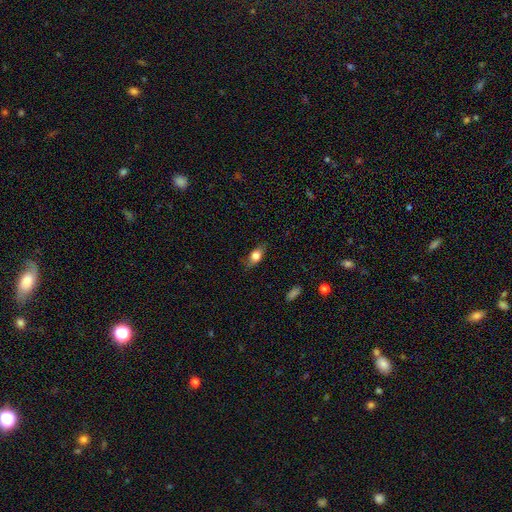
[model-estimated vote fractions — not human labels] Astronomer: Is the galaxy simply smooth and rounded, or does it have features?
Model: smooth — 76%.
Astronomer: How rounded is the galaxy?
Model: in between — 81%.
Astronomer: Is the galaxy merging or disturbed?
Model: none — 72%.